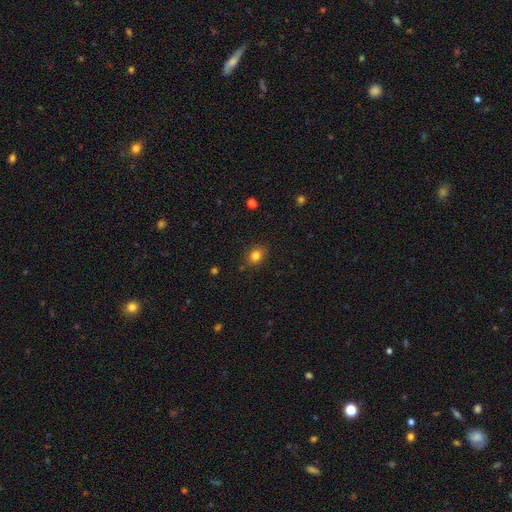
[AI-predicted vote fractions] A smooth galaxy with no disk features (82%) that is round (54%). Merging: none (85%).